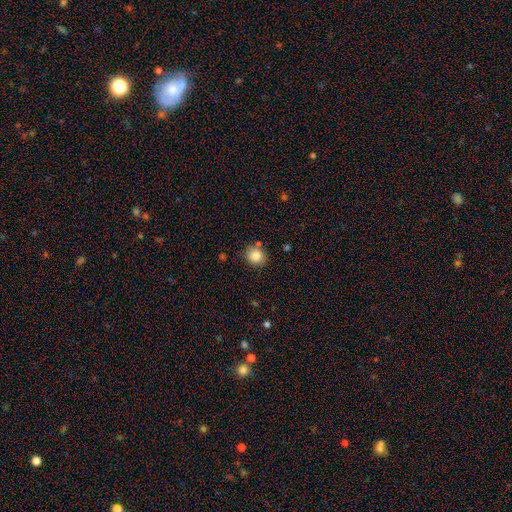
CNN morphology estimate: The model was most divided on "how rounded": round: 72%, in between: 27%, cigar-shaped: 1%. More confident: smooth or featured — smooth (85%); merging — none (78%).